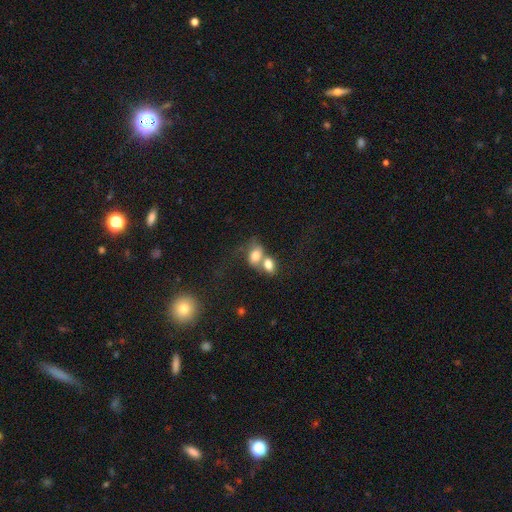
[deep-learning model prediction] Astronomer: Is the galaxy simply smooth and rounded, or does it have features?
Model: smooth — 73%.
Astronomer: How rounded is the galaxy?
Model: in between — 75%.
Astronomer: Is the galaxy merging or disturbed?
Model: merger — 69%.